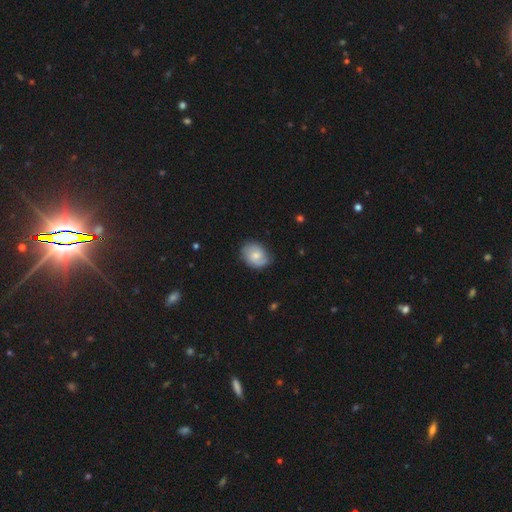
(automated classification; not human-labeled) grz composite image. It shows a smooth galaxy with no disk features (52%) that is in between round and cigar-shaped (51%). Merging: none (73%).